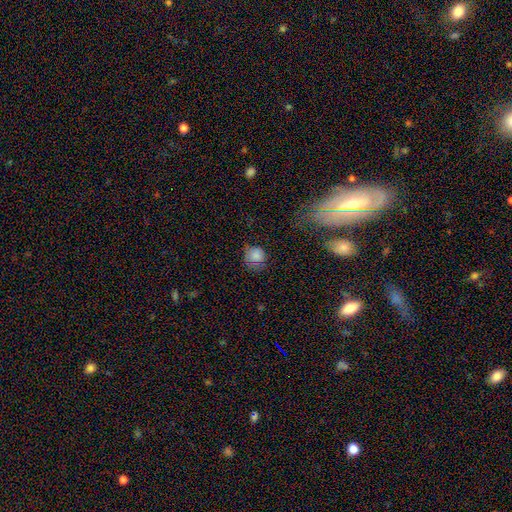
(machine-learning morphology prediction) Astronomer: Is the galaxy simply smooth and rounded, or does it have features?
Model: smooth — 82%.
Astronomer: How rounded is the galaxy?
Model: round — 85%.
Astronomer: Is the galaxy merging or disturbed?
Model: none — 61%.